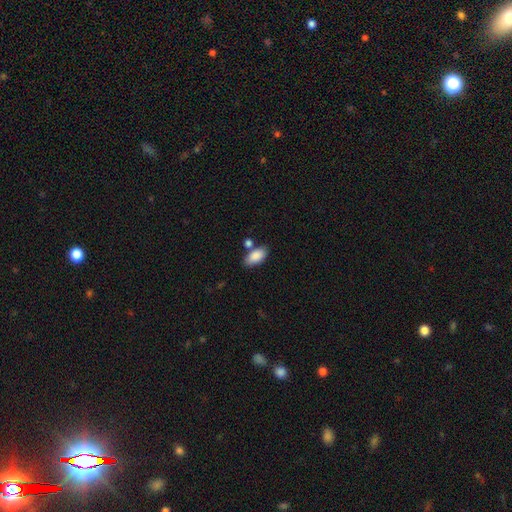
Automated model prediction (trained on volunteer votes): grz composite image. It shows a smooth galaxy with no disk features (87%) that is in between round and cigar-shaped (93%). Merging: none (66%).